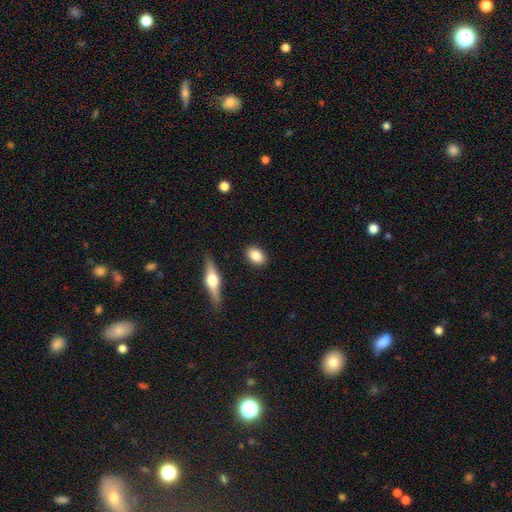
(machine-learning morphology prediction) smooth-or-featured: smooth: 82% | featured or disk: 12% | star or artifact: 7%
  how-rounded: in between: 77% | round: 20% | cigar-shaped: 3%
  merging: none: 88% | minor disturbance: 8% | major disturbance: 2% | merger: 2%